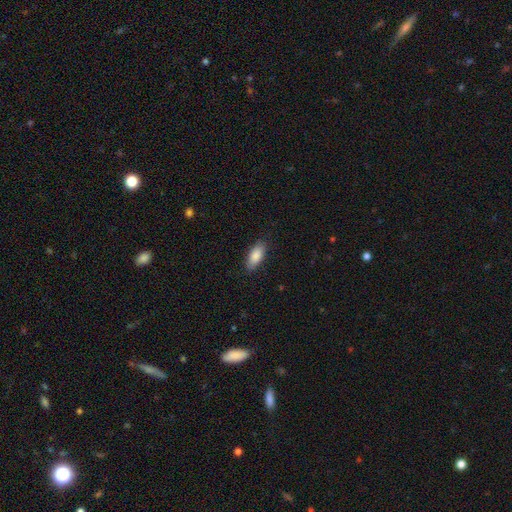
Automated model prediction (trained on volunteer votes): Smooth or featured: smooth — 87% (featured or disk — 7%)
How rounded: in between — 86% (cigar-shaped — 12%)
Merging: none — 85% (minor disturbance — 12%)